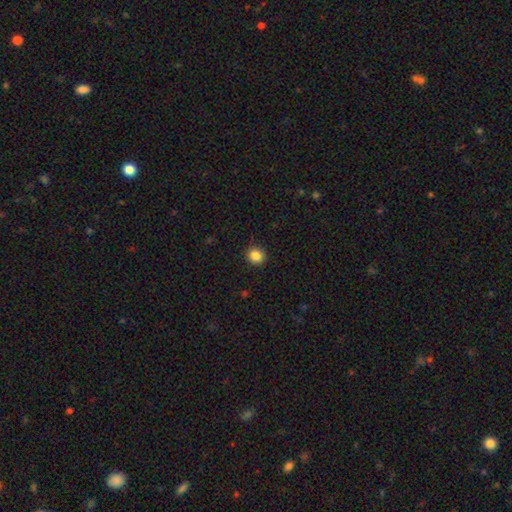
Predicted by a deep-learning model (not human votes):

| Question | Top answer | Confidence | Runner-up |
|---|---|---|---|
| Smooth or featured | smooth | 85% | star or artifact (10%) |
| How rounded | round | 90% | in between (9%) |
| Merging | none | 90% | minor disturbance (7%) |